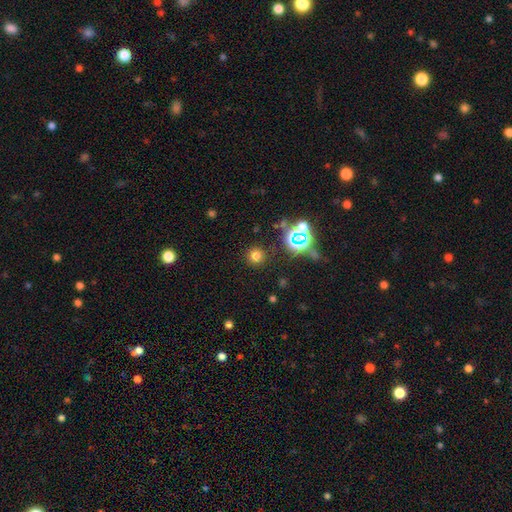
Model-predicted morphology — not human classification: A smooth galaxy with no disk features (70%) that is round (93%). Merging: none (86%).